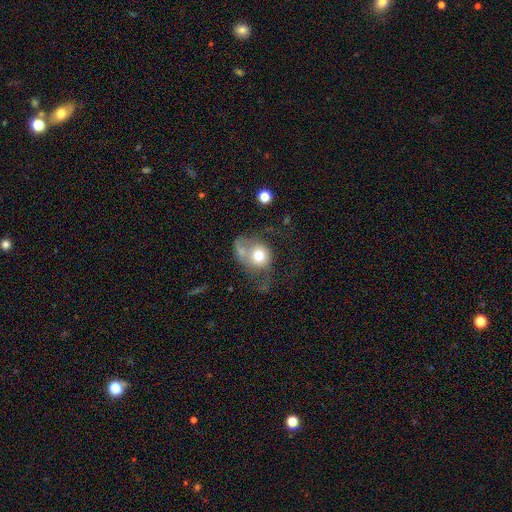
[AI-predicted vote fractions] Smooth or featured: smooth — 52% (featured or disk — 37%)
How rounded: round — 69% (in between — 30%)
Merging: major disturbance — 35% (none — 25%)